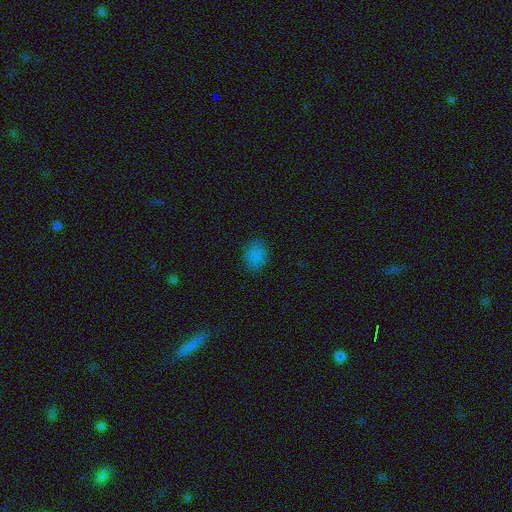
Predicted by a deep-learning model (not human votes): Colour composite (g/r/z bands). It shows a smooth galaxy with no disk features (82%) that is in between round and cigar-shaped (72%). Merging: none (80%).